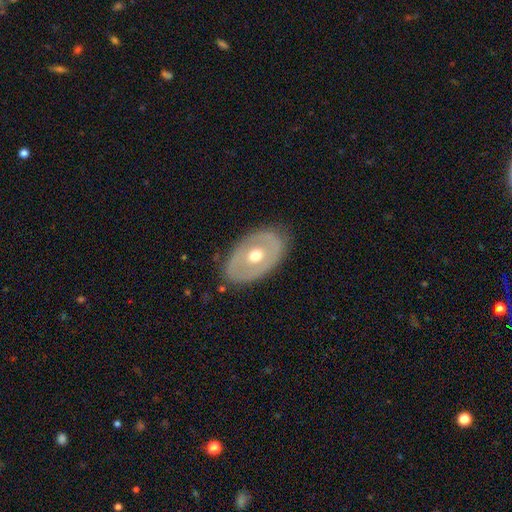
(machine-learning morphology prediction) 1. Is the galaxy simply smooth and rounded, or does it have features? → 55% featured or disk, 40% smooth, 5% star or artifact.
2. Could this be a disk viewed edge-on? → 89% no, 11% yes.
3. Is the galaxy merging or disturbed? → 81% none, 14% minor disturbance, 4% major disturbance, 1% merger.